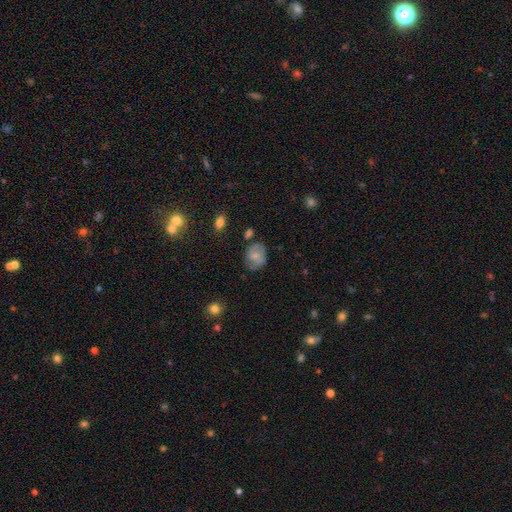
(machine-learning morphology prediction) Smooth or featured: smooth — 48% (featured or disk — 43%)
Merging: none — 58% (minor disturbance — 27%)